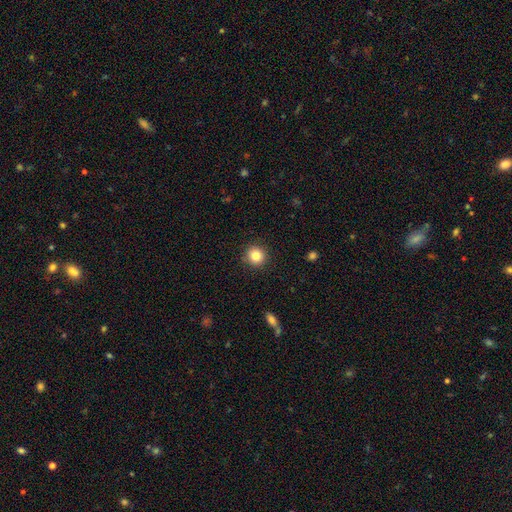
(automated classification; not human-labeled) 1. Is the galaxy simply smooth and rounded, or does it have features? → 84% smooth, 10% star or artifact, 6% featured or disk.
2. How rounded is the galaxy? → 92% round, 7% in between, 1% cigar-shaped.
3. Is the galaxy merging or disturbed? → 91% none, 6% minor disturbance, 2% major disturbance, 1% merger.